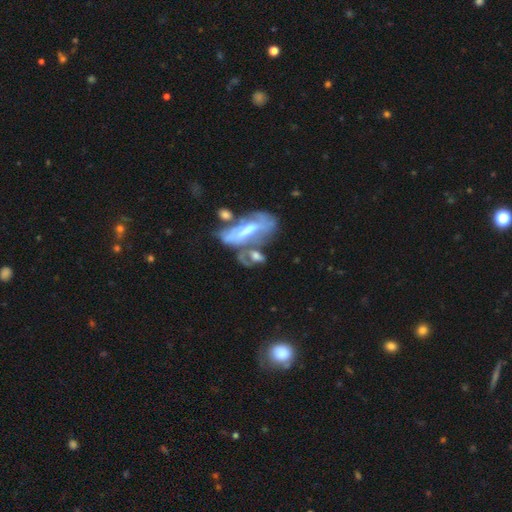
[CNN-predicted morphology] smooth-or-featured: featured or disk: 56% | smooth: 34% | star or artifact: 10%
  disk-edge-on: no: 82% | yes: 18%
  merging: merger: 41% | none: 27% | major disturbance: 18% | minor disturbance: 14%